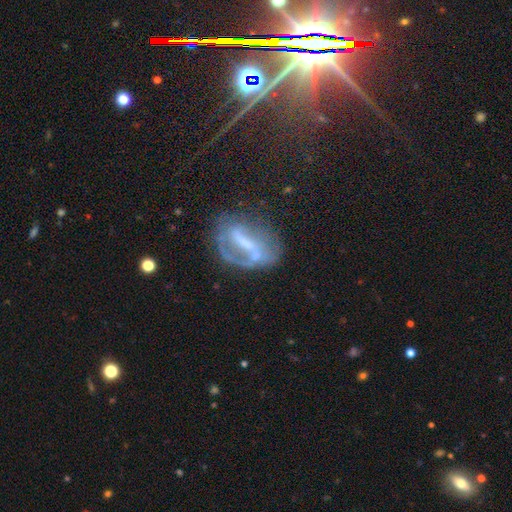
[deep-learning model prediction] This appears to be a featured or disk galaxy (61%) with a strong bar (56%), spiral arms (55%) and a small central bulge (36%, tied with none). Merging: none (52%).